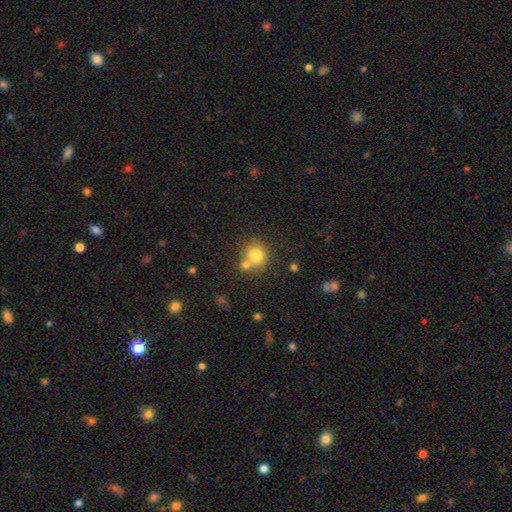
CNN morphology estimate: The model was most divided on "merging": none: 56%, merger: 30%, minor disturbance: 10%, major disturbance: 4%. More confident: how rounded — round (85%); smooth or featured — smooth (78%).